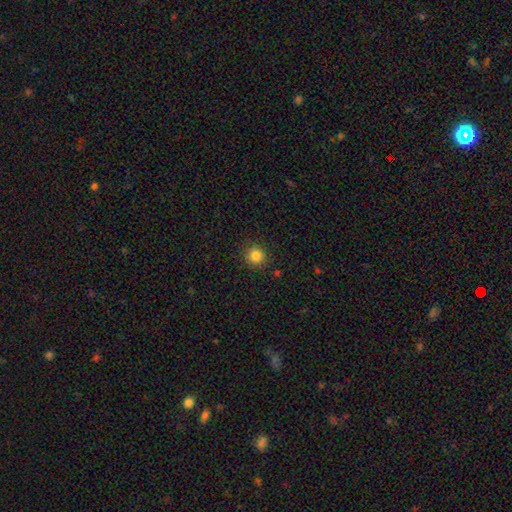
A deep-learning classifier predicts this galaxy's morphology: Smooth or featured: smooth — 84% (star or artifact — 11%)
How rounded: round — 92% (in between — 7%)
Merging: none — 90% (minor disturbance — 7%)